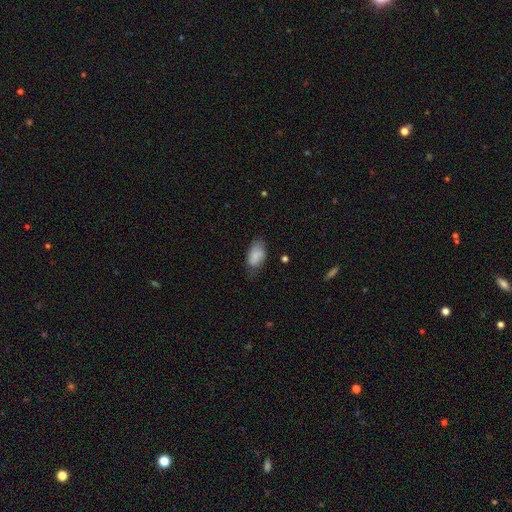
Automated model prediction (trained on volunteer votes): This is likely a smooth galaxy (79%). How rounded: clearly in between (92%). Merging: possibly none (56%).